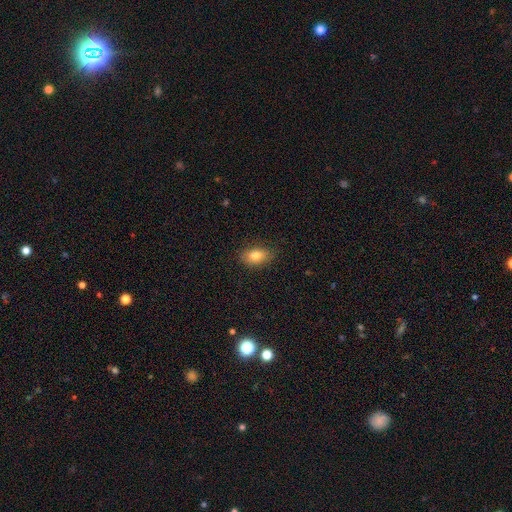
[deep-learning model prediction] Smooth or featured?
  - smooth: 81% *
  - featured or disk: 10%
  - star or artifact: 9%
How rounded?
  - in between: 86% *
  - round: 10%
  - cigar-shaped: 4%
Merging?
  - none: 83% *
  - minor disturbance: 13%
  - major disturbance: 3%
  - merger: 1%